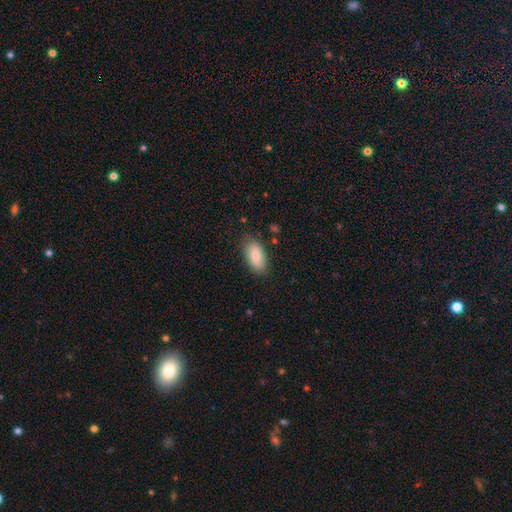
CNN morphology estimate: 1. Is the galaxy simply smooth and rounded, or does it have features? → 79% smooth, 15% featured or disk, 6% star or artifact.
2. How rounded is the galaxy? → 92% in between, 5% cigar-shaped, 3% round.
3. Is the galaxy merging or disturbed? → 80% none, 15% minor disturbance, 3% major disturbance, 1% merger.